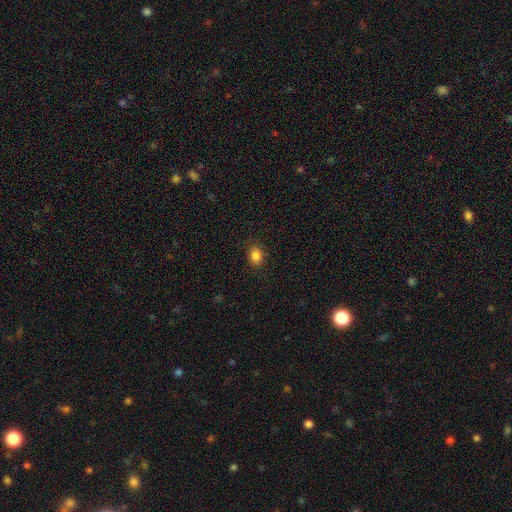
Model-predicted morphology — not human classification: type=smooth (84%); roundness=in between (50%); merging=none (86%).